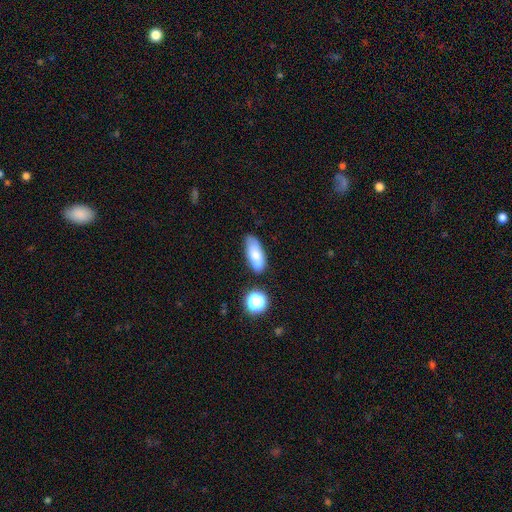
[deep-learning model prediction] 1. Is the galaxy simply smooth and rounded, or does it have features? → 73% smooth, 18% featured or disk, 9% star or artifact.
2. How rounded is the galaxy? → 76% in between, 20% cigar-shaped, 4% round.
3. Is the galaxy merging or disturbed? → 61% none, 22% minor disturbance, 11% merger, 6% major disturbance.